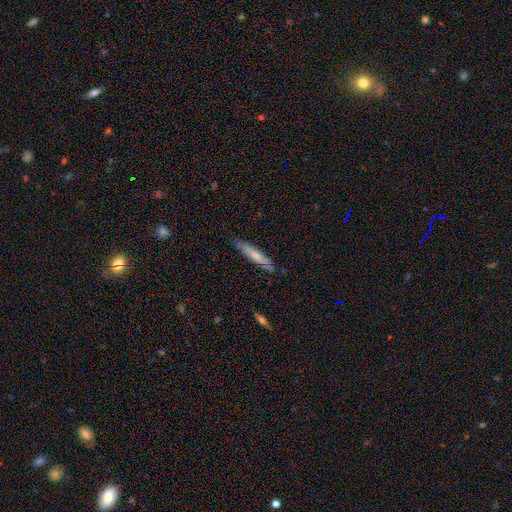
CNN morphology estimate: This appears to be a smooth galaxy with no disk features (67%) that is cigar-shaped (90%). Merging: none (84%).